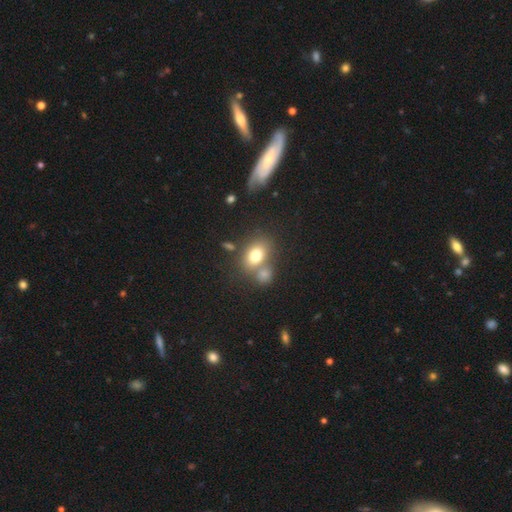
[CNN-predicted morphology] A smooth galaxy with no disk features (75%) that is in between round and cigar-shaped (66%). Merging: none (49%).